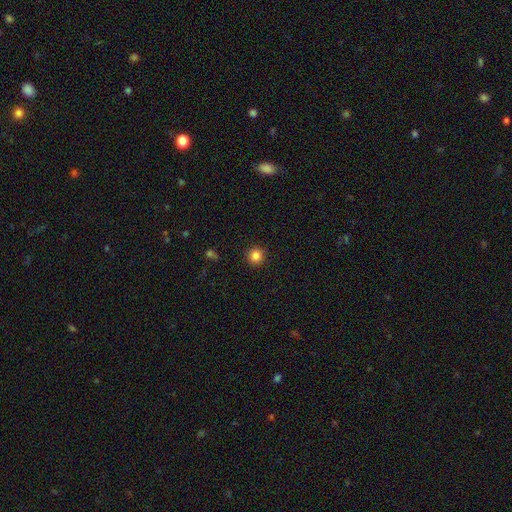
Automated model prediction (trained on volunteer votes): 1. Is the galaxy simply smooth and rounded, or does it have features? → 85% smooth, 11% star or artifact, 4% featured or disk.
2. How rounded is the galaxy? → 94% round, 5% in between, 1% cigar-shaped.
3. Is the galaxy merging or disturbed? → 92% none, 5% minor disturbance, 2% major disturbance, 1% merger.